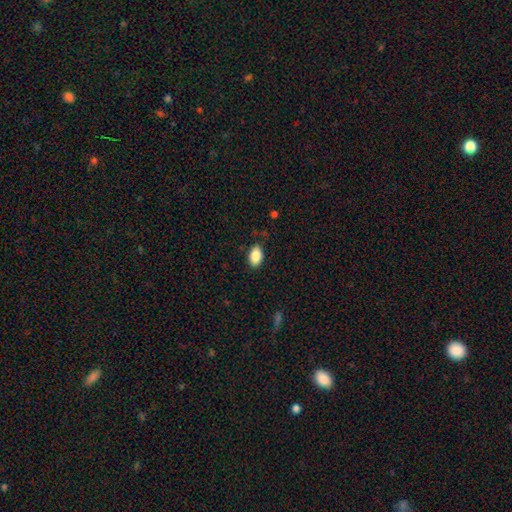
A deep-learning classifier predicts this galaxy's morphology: Smooth or featured: smooth — 87% (star or artifact — 8%)
How rounded: in between — 91% (round — 8%)
Merging: none — 85% (minor disturbance — 12%)